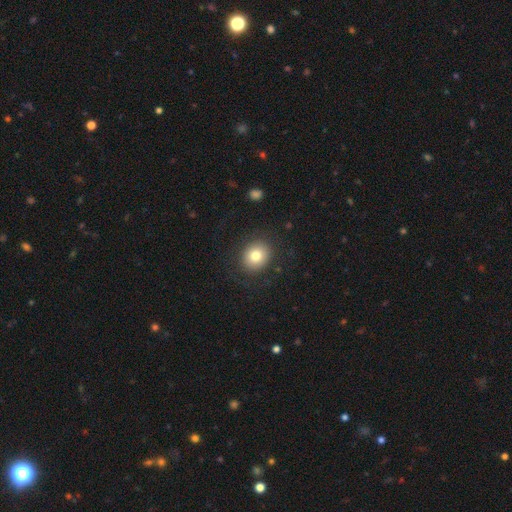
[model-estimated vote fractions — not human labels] A smooth galaxy with no disk features (79%) that is round (74%). Merging: none (86%).